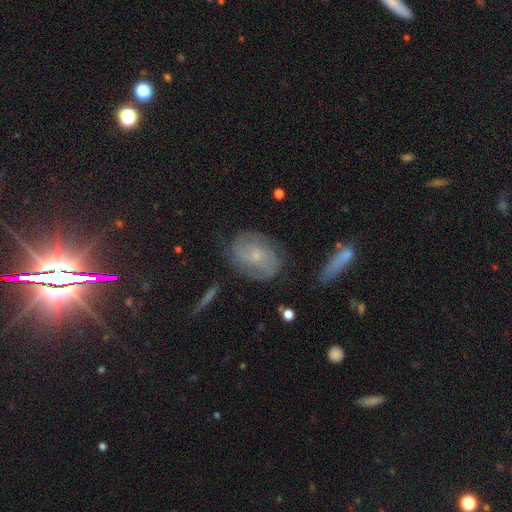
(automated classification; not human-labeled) featured or disk 67%, smooth 25%, star or artifact 9%. Down the decision tree: edge-on disk — no (96%); bar — no (70%); spiral arms — yes (89%); spiral arm count — 2 (56%); spiral winding — tight (48%); bulge size — small (78%); merging — none (74%).